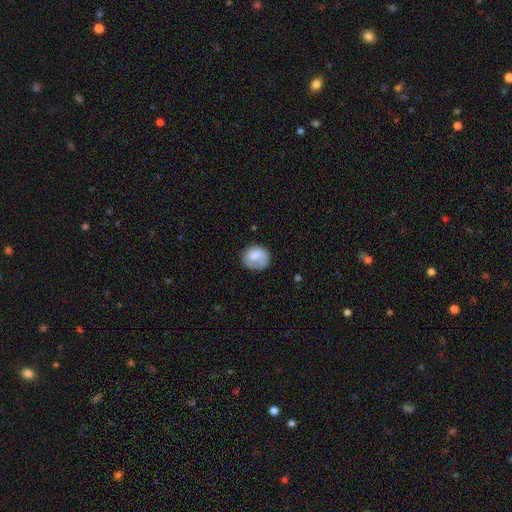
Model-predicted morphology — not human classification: This is likely a smooth galaxy (75%). How rounded: likely round (70%). Merging: likely none (64%).